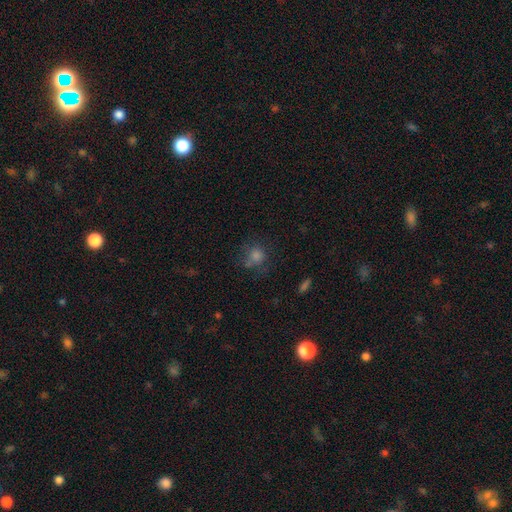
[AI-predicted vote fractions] Smooth or featured: smooth — 65% (star or artifact — 22%)
How rounded: round — 80% (in between — 19%)
Merging: none — 63% (minor disturbance — 20%)